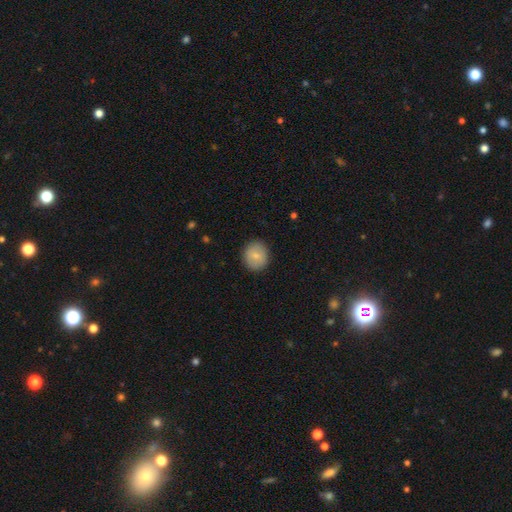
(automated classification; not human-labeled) smooth_or_featured: smooth (p=0.80) [alt: featured or disk p=0.13]
how_rounded: round (p=0.78) [alt: in between p=0.21]
merging: none (p=0.88) [alt: minor disturbance p=0.09]